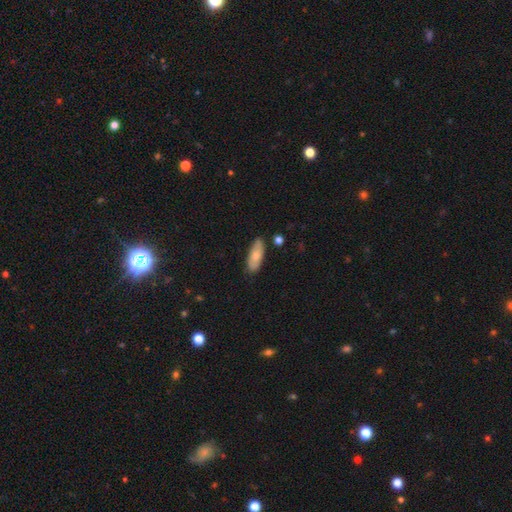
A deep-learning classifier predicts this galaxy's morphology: smooth-or-featured: smooth: 75% | featured or disk: 19% | star or artifact: 6%
  how-rounded: in between: 74% | cigar-shaped: 23% | round: 2%
  merging: none: 81% | minor disturbance: 14% | major disturbance: 2% | merger: 2%